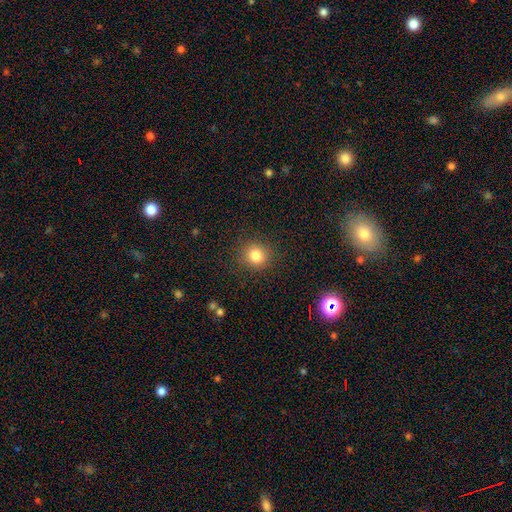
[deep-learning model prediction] smooth 82%, star or artifact 12%, featured or disk 6%. Down the decision tree: how rounded — round (89%); merging — none (89%).